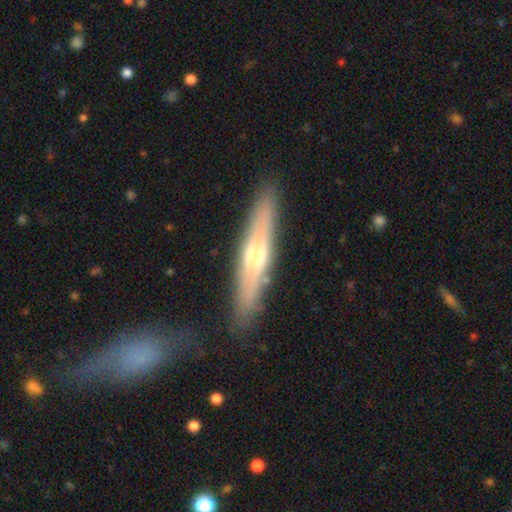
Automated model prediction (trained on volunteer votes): Smooth or featured? Predicted: featured or disk (p=0.57). Edge-on disk? Predicted: yes (p=0.88). Edge-on bulge? Predicted: rounded (p=0.76). Merging? Predicted: none (p=0.87).